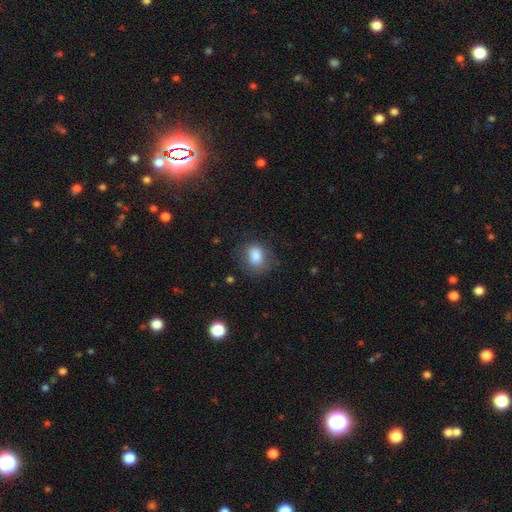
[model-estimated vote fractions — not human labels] Overall: smooth (83%). How rounded: in between (56%; round 43%). Merging: none (68%).